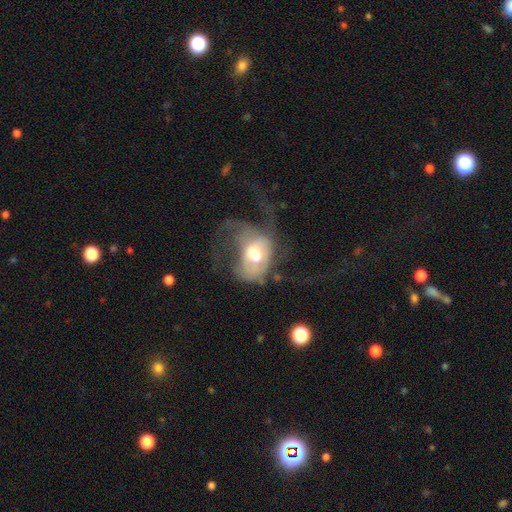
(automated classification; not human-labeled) The model was most divided on "smooth or featured": featured or disk: 50%, smooth: 41%, star or artifact: 9%. More confident: edge-on disk — no (95%); merging — major disturbance (60%).